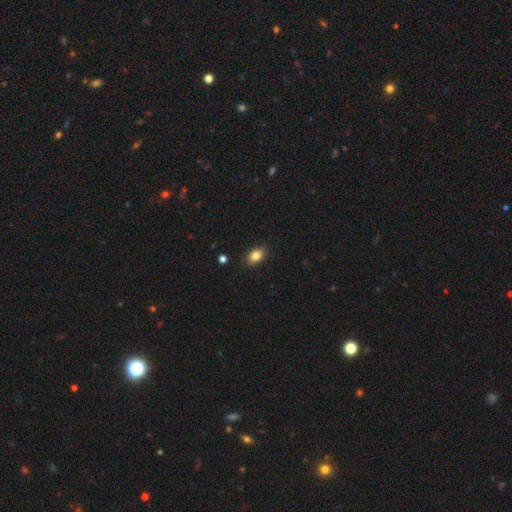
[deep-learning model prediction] smooth 83%, star or artifact 9%, featured or disk 8%. Down the decision tree: how rounded — in between (82%); merging — none (87%).